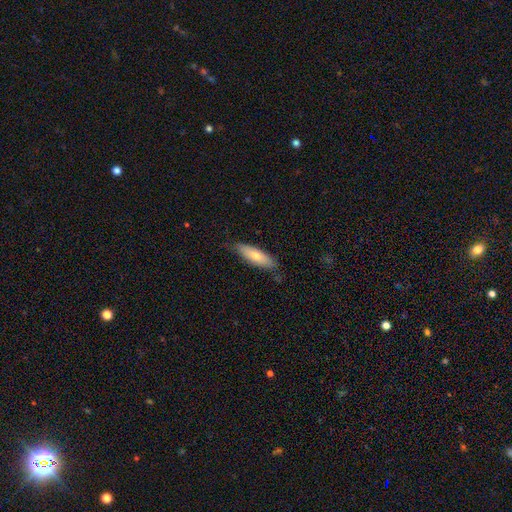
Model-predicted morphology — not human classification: A smooth galaxy with no disk features (70%) that is cigar-shaped (50%).

Vote fractions:
- Smooth or featured? smooth: 70% / featured or disk: 24% / star or artifact: 6%
- How rounded? cigar-shaped: 50% / in between: 48% / round: 2%
- Merging? none: 78% / minor disturbance: 18% / major disturbance: 3% / merger: 1%